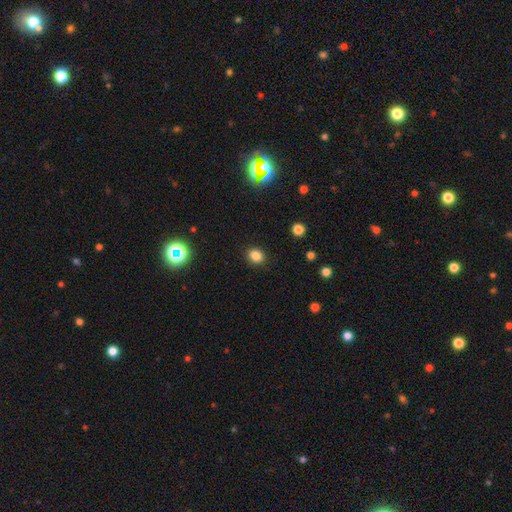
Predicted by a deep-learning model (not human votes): Overall: smooth (82%). How rounded: round (64%; in between 35%). Merging: none (89%).